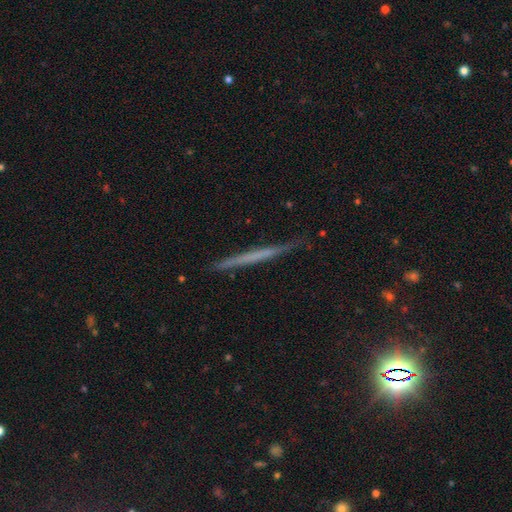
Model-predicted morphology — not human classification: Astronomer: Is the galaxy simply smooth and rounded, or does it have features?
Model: featured or disk — 49% (runner-up: smooth, 43%).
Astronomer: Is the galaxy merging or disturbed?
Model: none — 87%.